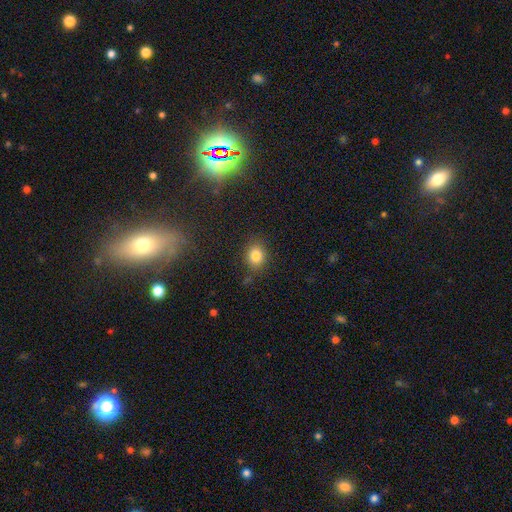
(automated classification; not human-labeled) Smooth or featured: smooth — 82% (star or artifact — 11%)
How rounded: round — 68% (in between — 30%)
Merging: none — 79% (minor disturbance — 14%)